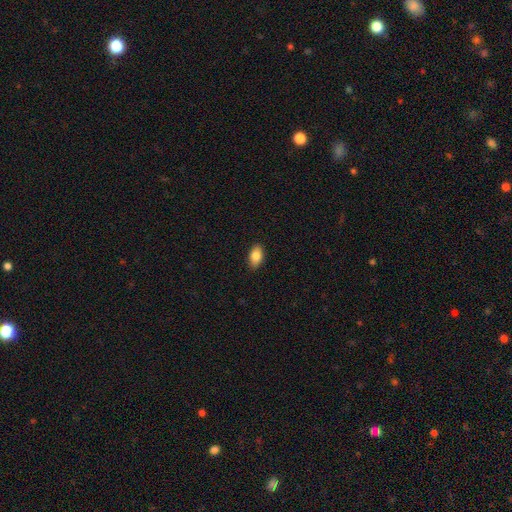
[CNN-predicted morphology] Q: Smooth or featured?
A: smooth (84%); runner-up: featured or disk (9%)
Q: How rounded?
A: in between (91%); runner-up: round (6%)
Q: Merging?
A: none (89%); runner-up: minor disturbance (8%)